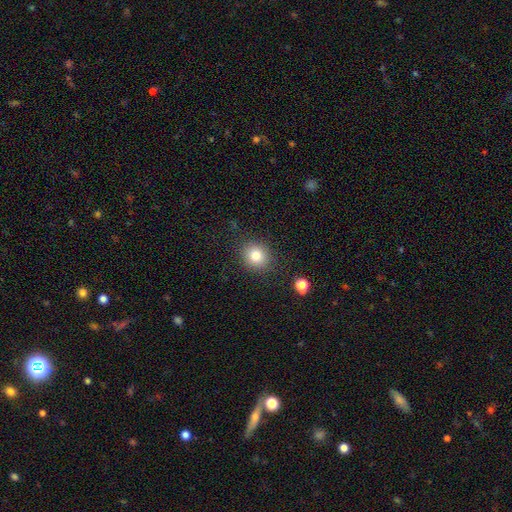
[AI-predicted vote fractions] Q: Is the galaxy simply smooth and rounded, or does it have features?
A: smooth — 81%.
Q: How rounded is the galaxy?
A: round — 84%.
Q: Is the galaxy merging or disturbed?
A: none — 87%.